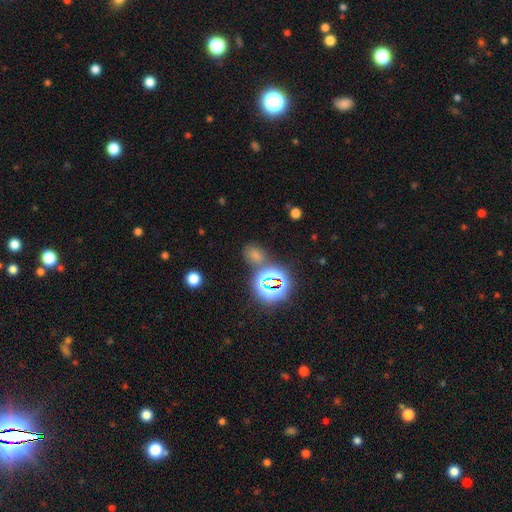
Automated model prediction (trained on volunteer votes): smooth-or-featured: smooth: 54% | star or artifact: 39% | featured or disk: 7%
  how-rounded: in between: 56% | round: 42% | cigar-shaped: 2%
  merging: none: 65% | merger: 15% | minor disturbance: 13% | major disturbance: 6%